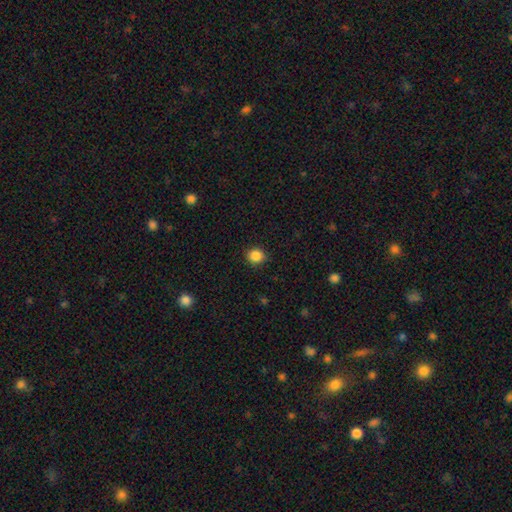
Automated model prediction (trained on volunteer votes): smooth 86%, star or artifact 10%, featured or disk 3%. Down the decision tree: how rounded — round (86%); merging — none (89%).